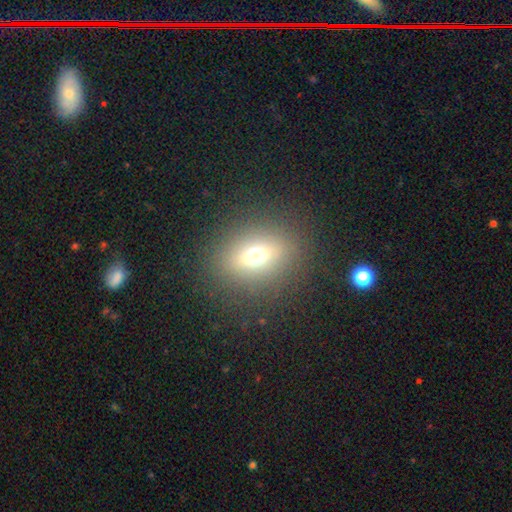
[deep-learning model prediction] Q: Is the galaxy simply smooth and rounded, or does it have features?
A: smooth — 65%.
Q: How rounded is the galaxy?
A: in between — 49%, tied with round.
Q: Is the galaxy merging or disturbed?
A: none — 85%.